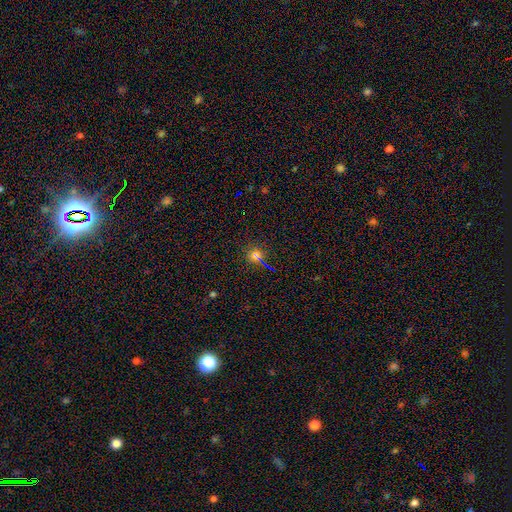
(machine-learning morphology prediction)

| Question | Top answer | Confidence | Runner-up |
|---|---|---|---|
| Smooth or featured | smooth | 54% | star or artifact (36%) |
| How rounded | round | 88% | in between (10%) |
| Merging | none | 82% | minor disturbance (9%) |